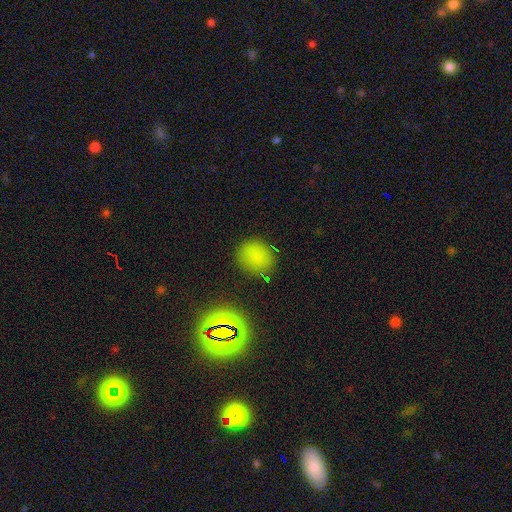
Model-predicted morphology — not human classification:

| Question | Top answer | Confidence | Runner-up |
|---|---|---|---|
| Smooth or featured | smooth | 78% | star or artifact (16%) |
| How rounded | round | 73% | in between (25%) |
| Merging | none | 84% | minor disturbance (10%) |